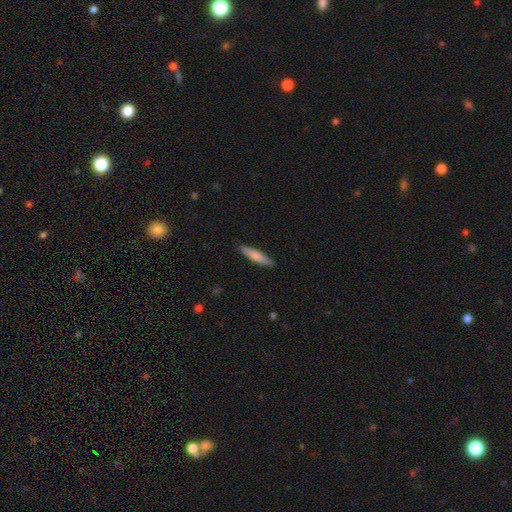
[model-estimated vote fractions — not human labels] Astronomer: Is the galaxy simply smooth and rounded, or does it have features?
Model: smooth — 75%.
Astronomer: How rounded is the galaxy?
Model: cigar-shaped — 85%.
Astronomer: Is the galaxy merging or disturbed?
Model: none — 90%.